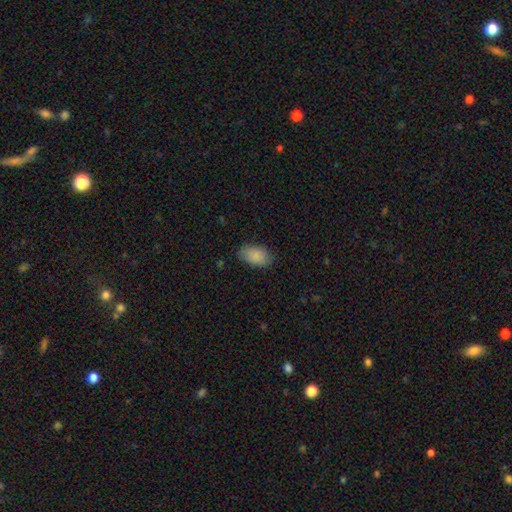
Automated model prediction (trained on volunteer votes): A smooth galaxy with no disk features (88%) that is in between round and cigar-shaped (92%).

Vote fractions:
- Smooth or featured? smooth: 88% / star or artifact: 7% / featured or disk: 5%
- How rounded? in between: 92% / round: 6% / cigar-shaped: 2%
- Merging? none: 80% / minor disturbance: 16% / major disturbance: 4% / merger: 1%